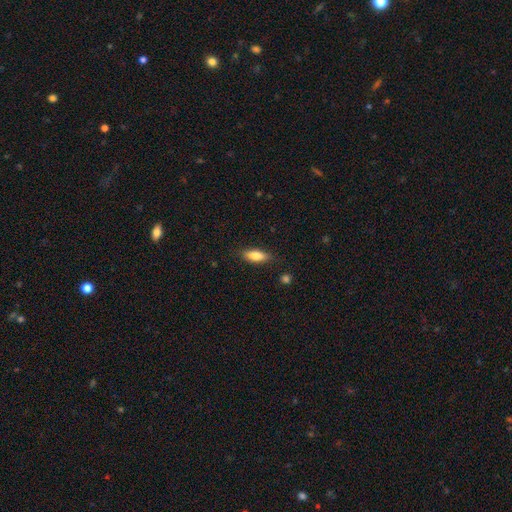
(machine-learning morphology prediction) A smooth galaxy with no disk features (80%) that is in between round and cigar-shaped (66%).

Vote fractions:
- Smooth or featured? smooth: 80% / featured or disk: 14% / star or artifact: 7%
- How rounded? in between: 66% / cigar-shaped: 31% / round: 2%
- Merging? none: 84% / minor disturbance: 12% / major disturbance: 3% / merger: 1%